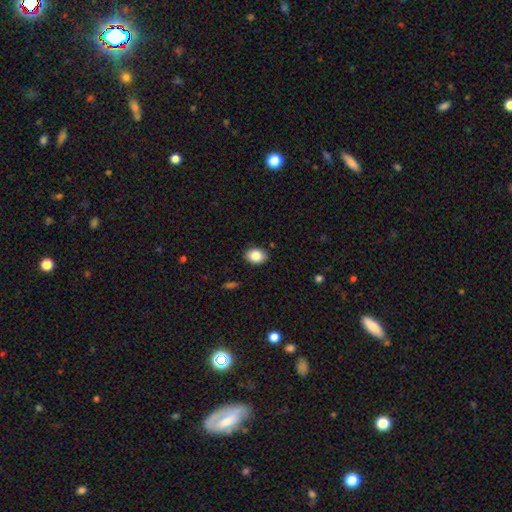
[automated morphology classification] Overall: smooth (86%). How rounded: in between (72%). Merging: none (88%).